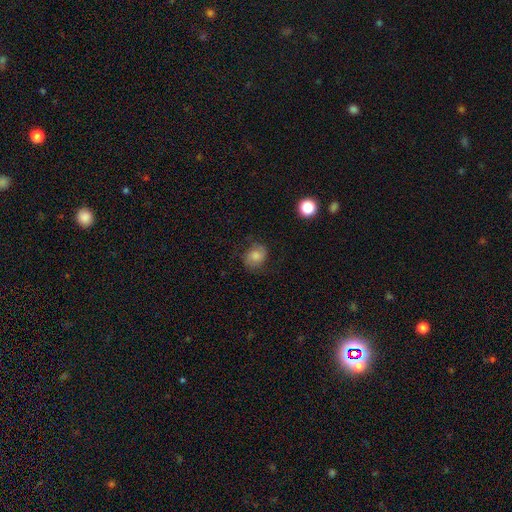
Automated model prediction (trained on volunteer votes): smooth_or_featured: smooth (p=0.56) [alt: featured or disk p=0.33]
how_rounded: round (p=0.53) [alt: in between p=0.46]
merging: none (p=0.69) [alt: minor disturbance p=0.21]